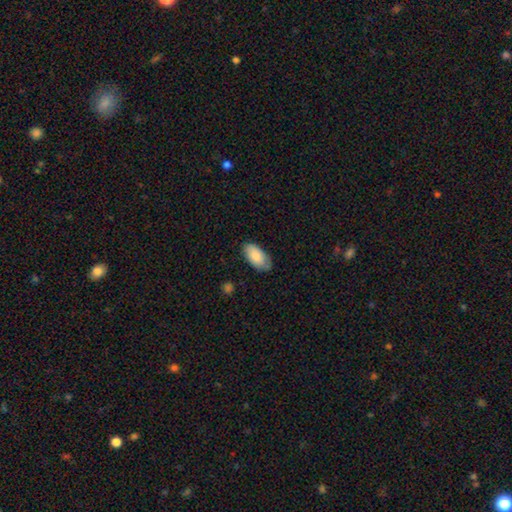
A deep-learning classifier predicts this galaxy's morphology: Smooth or featured?
  - smooth: 86% *
  - featured or disk: 8%
  - star or artifact: 6%
How rounded?
  - in between: 94% *
  - cigar-shaped: 3%
  - round: 2%
Merging?
  - none: 79% *
  - minor disturbance: 17%
  - major disturbance: 3%
  - merger: 1%